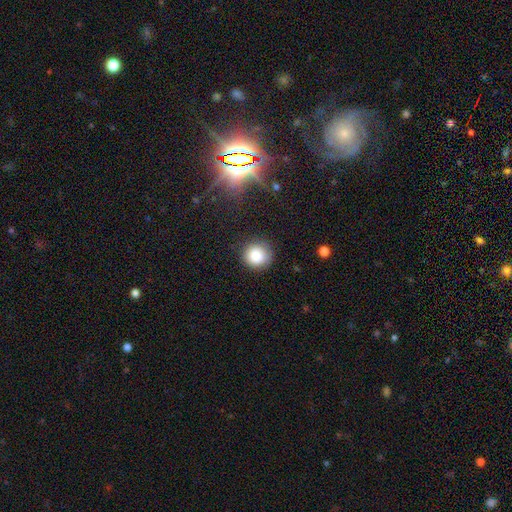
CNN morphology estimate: This appears to be a smooth galaxy with no disk features (83%) that is round (93%). Merging: none (86%).